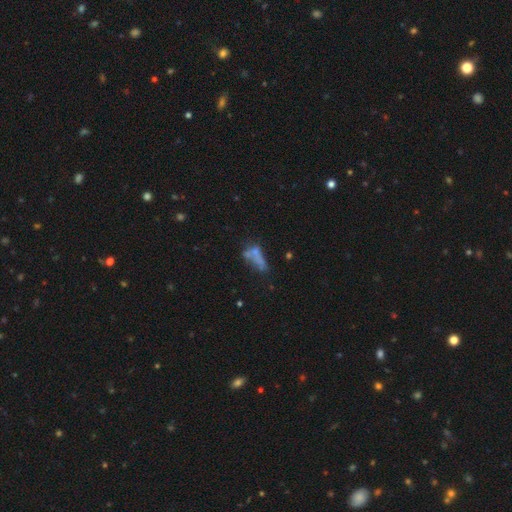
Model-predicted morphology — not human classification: smooth 47%, featured or disk 35%, star or artifact 17%. Down the decision tree: merging — none (31%).